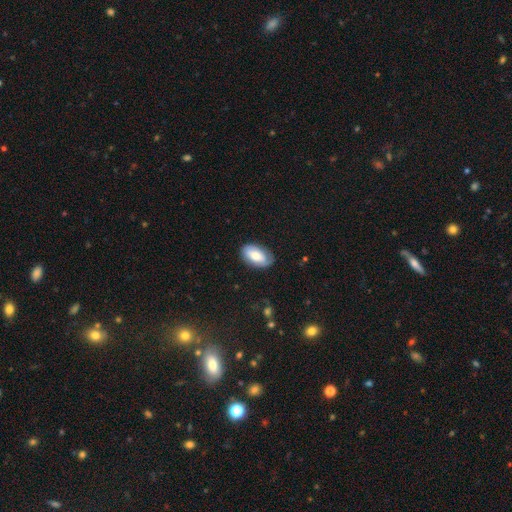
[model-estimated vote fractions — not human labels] The model was most divided on "smooth or featured": smooth: 68%, featured or disk: 25%, star or artifact: 7%. More confident: how rounded — in between (94%); merging — none (78%).